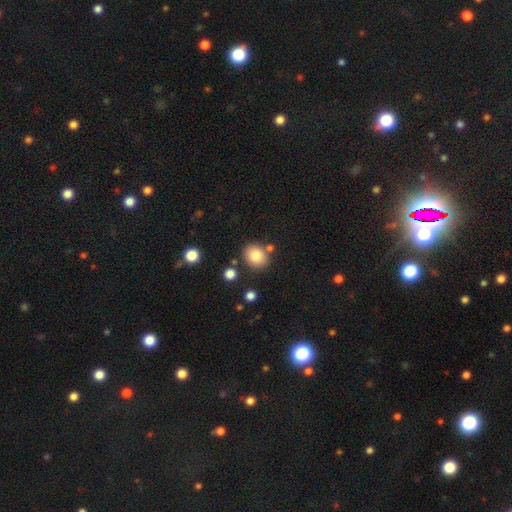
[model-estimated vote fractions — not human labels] smooth_or_featured: smooth (p=0.81) [alt: star or artifact p=0.10]
how_rounded: round (p=0.69) [alt: in between p=0.30]
merging: none (p=0.79) [alt: minor disturbance p=0.10]